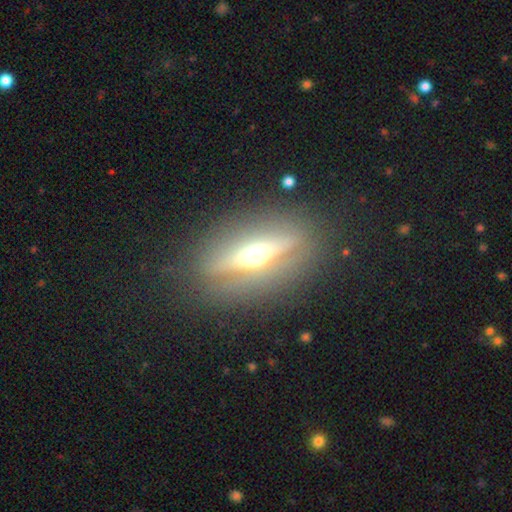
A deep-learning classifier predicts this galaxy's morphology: type=featured or disk (61%); edge-on=yes (78%); merging=none (82%).